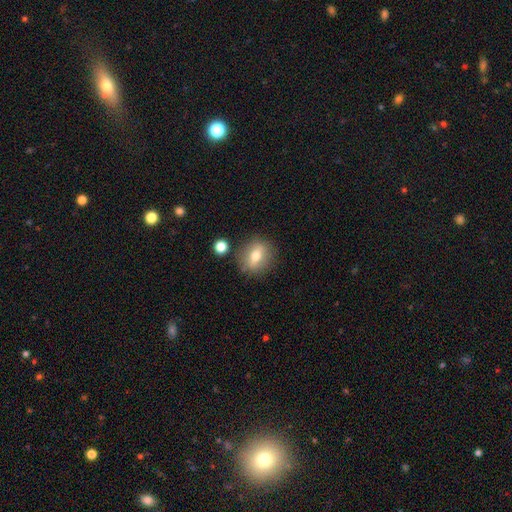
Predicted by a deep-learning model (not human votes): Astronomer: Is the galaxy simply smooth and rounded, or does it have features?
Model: smooth — 63%.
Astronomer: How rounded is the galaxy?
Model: round — 57% (runner-up: in between, 40%).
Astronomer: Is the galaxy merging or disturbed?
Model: none — 84%.